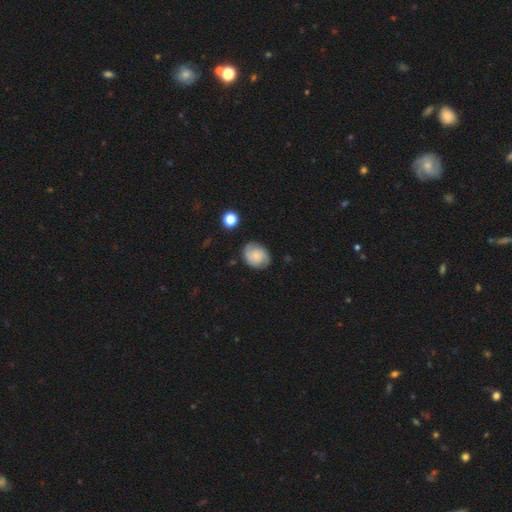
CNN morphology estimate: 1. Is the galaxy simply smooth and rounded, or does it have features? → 53% featured or disk, 38% smooth, 9% star or artifact.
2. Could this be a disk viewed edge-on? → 97% no, 3% yes.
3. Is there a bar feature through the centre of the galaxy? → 73% no, 23% weak, 3% strong.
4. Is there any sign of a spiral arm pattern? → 92% yes, 8% no.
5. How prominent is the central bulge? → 61% small, 19% moderate, 16% none, 3% large, 2% dominant.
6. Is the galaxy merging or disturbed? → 80% none, 15% minor disturbance, 4% major disturbance, 2% merger.